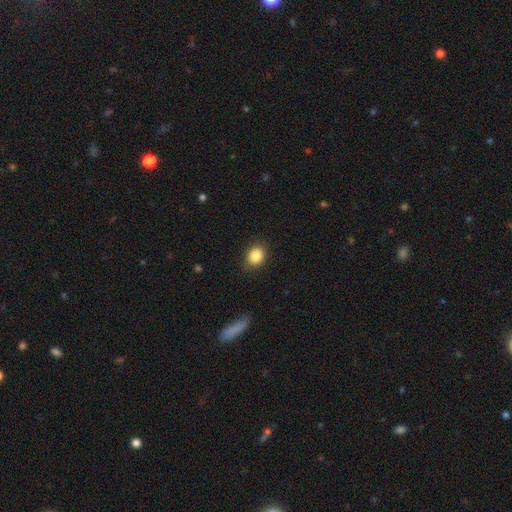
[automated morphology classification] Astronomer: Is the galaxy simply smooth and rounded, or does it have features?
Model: smooth — 86%.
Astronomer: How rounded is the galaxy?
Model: round — 53% (runner-up: in between, 46%).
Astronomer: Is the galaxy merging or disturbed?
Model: none — 85%.